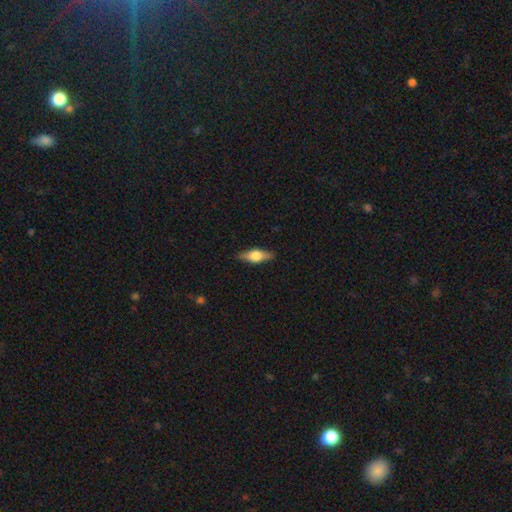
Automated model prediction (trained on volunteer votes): smooth_or_featured: featured or disk (p=0.49) [alt: smooth p=0.45]
merging: none (p=0.88) [alt: minor disturbance p=0.09]